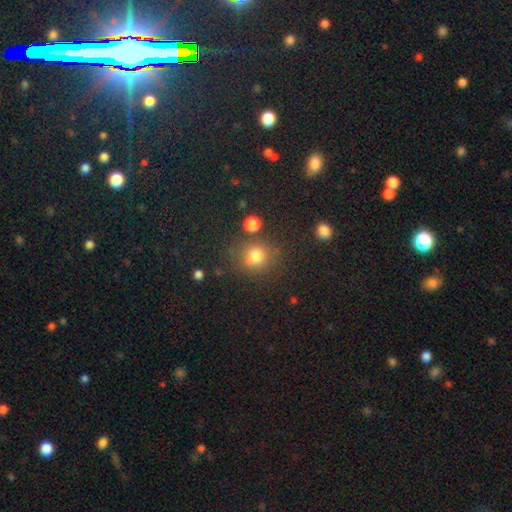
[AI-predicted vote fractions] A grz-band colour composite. It shows a smooth galaxy with no disk features (77%) that is round (78%). Merging: none (71%).